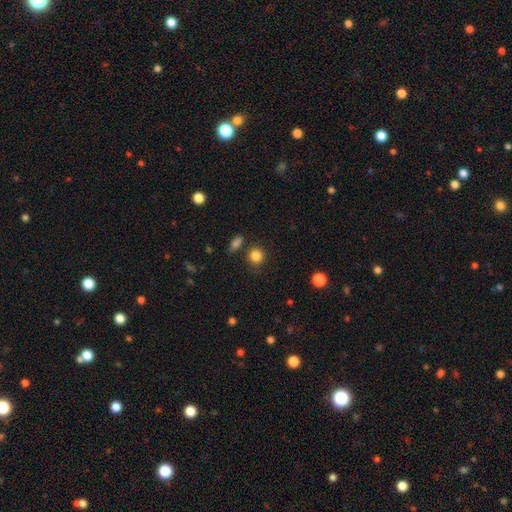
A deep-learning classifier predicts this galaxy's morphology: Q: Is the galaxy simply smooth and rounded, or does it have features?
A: smooth — 85%.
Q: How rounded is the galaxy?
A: round — 88%.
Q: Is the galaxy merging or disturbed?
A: none — 81%.